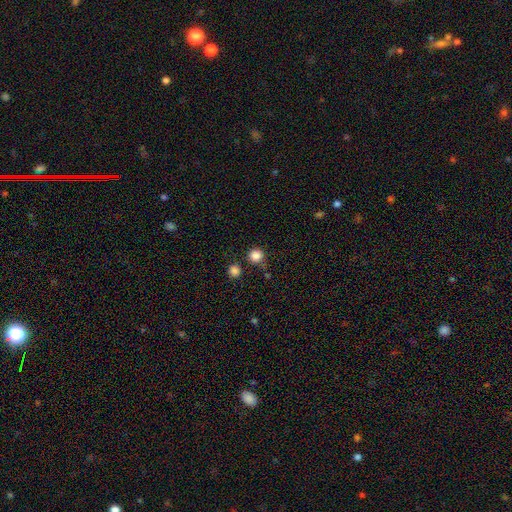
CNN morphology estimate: smooth-or-featured: smooth: 85% | star or artifact: 11% | featured or disk: 3%
  how-rounded: round: 94% | in between: 6% | cigar-shaped: 1%
  merging: none: 80% | minor disturbance: 9% | merger: 7% | major disturbance: 3%